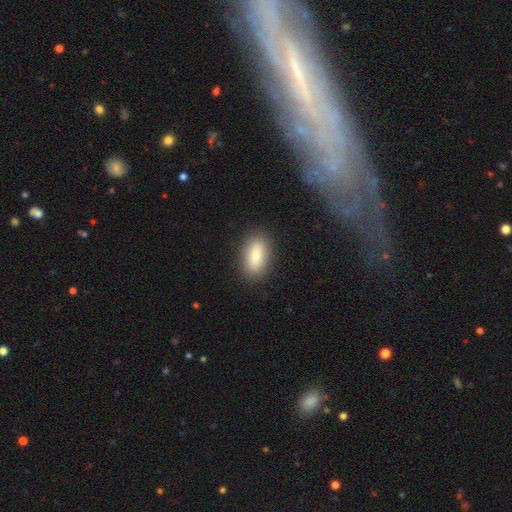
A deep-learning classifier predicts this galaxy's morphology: This is clearly a smooth galaxy (83%). How rounded: clearly in between (87%). Merging: clearly none (87%).